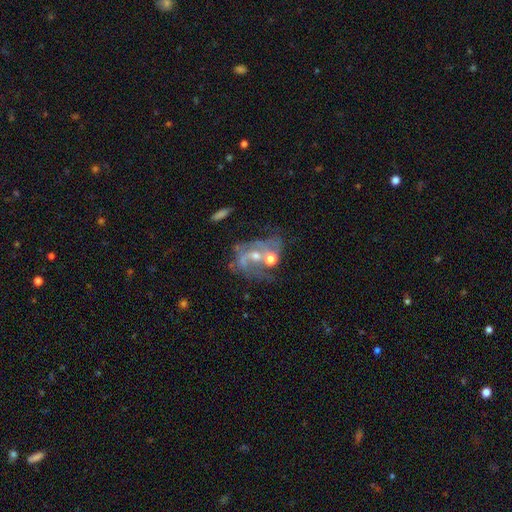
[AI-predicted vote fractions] Smooth or featured? featured or disk (71%)
Edge-on disk? no (97%)
Bar? no (63%)
Spiral arms? yes (64%)
Bulge size? moderate (48%)
Merging? merger (39%)